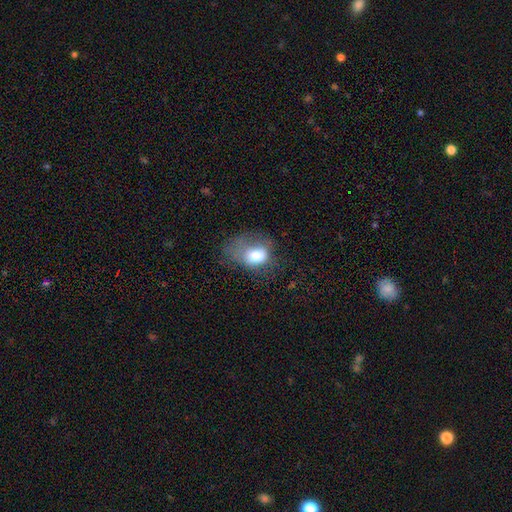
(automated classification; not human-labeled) Smooth or featured?
  - smooth: 69% *
  - featured or disk: 21%
  - star or artifact: 10%
How rounded?
  - in between: 67% *
  - round: 31%
  - cigar-shaped: 1%
Merging?
  - major disturbance: 44% *
  - minor disturbance: 28%
  - none: 25%
  - merger: 3%